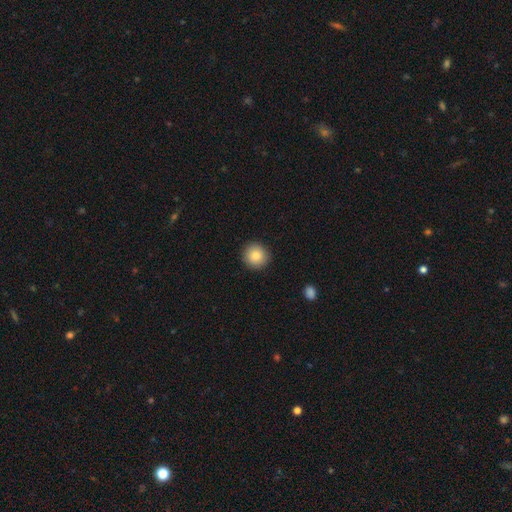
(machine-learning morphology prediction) This is clearly a smooth galaxy (86%). How rounded: clearly round (93%). Merging: clearly none (91%).